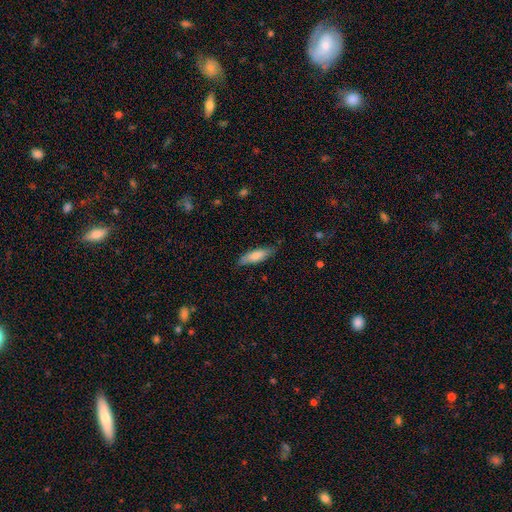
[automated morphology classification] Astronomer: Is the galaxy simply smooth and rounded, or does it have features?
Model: smooth — 76%.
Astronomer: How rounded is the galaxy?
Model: cigar-shaped — 56% (runner-up: in between, 42%).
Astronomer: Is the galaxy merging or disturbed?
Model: none — 82%.